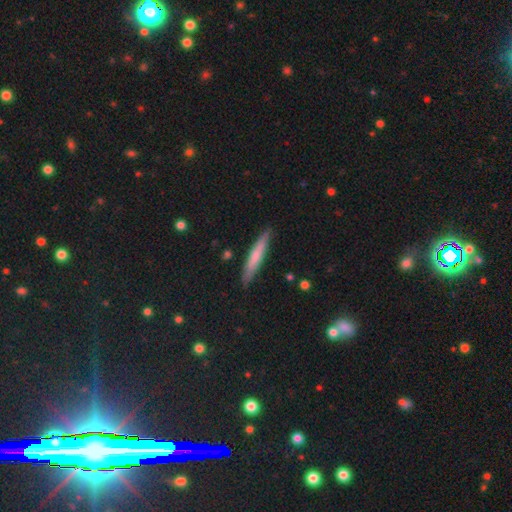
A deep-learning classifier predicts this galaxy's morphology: smooth-or-featured: smooth: 59% | featured or disk: 34% | star or artifact: 6%
  how-rounded: cigar-shaped: 93% | in between: 6% | round: 2%
  merging: none: 88% | minor disturbance: 9% | major disturbance: 2% | merger: 1%